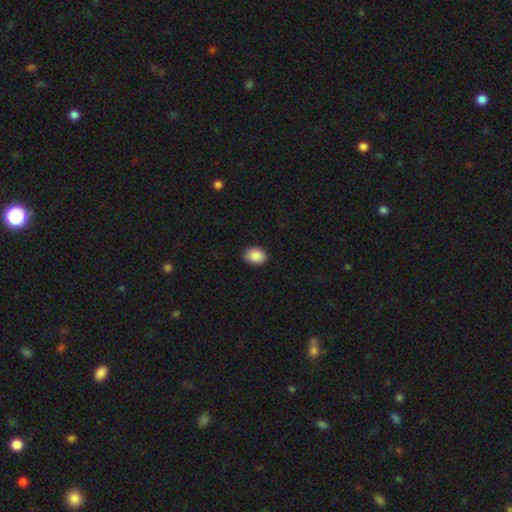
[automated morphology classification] Overall: smooth (89%). How rounded: in between (60%; round 39%). Merging: none (88%).